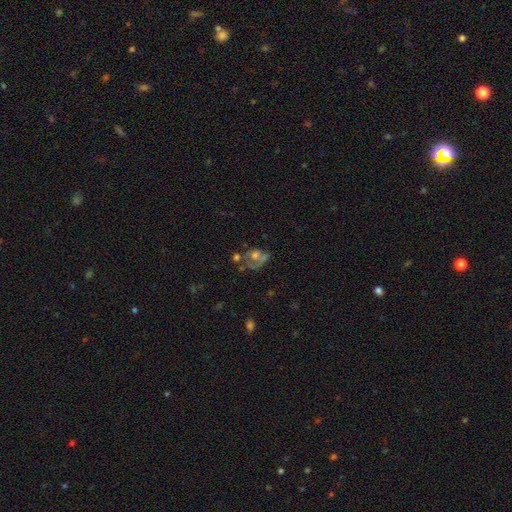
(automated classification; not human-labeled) A featured or disk galaxy (50%). Merging: none (34%).